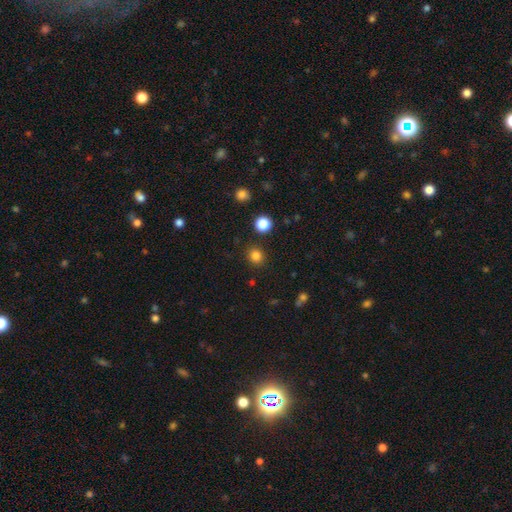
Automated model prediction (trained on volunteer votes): Smooth or featured? Predicted: smooth (p=0.83). How rounded? Predicted: round (p=0.86). Merging? Predicted: none (p=0.89).